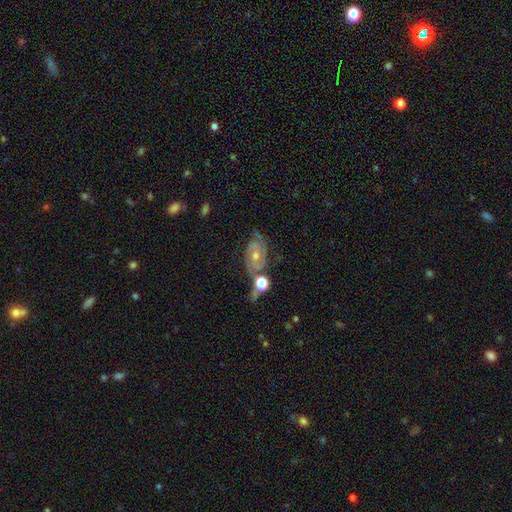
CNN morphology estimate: A featured or disk galaxy (83%) with no bar (62%), 2 (78%) tight (61%) spiral arms (96%) and a moderate central bulge (53%).

Vote fractions:
- Smooth or featured? featured or disk: 83% / star or artifact: 9% / smooth: 8%
- Edge-on disk? no: 96% / yes: 4%
- Bar? no: 62% / weak: 29% / strong: 9%
- Spiral arms? yes: 96% / no: 4%
- Spiral winding? tight: 61% / medium: 32% / loose: 7%
- Spiral arm count? 2: 78% / can't tell: 8% / 3: 8% / 1: 2% / 4: 2% / more than 4: 2%
- Bulge size? moderate: 53% / small: 43% / large: 2% / none: 2% / dominant: 1%
- Merging? none: 69% / minor disturbance: 17% / merger: 8% / major disturbance: 7%